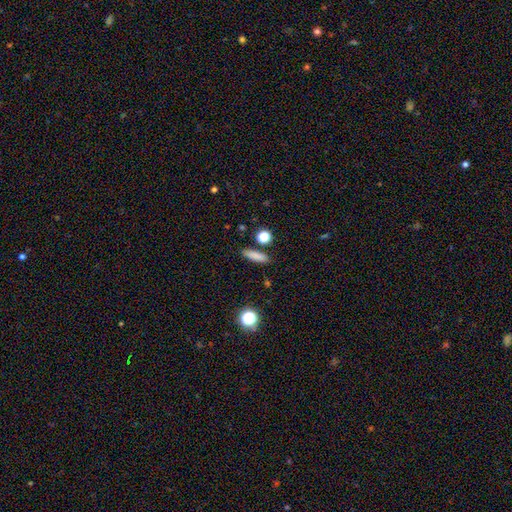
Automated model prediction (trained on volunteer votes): Morphology: type=smooth (83%); roundness=cigar-shaped (64%); merging=none (87%).